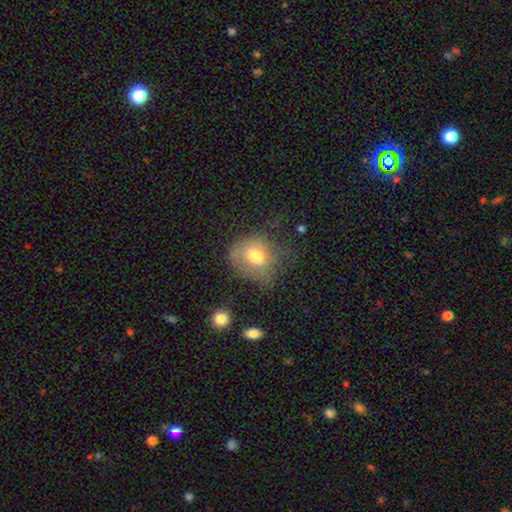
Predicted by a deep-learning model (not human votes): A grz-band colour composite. It shows a smooth galaxy with no disk features (69%) that is round (54%). Merging: none (42%).